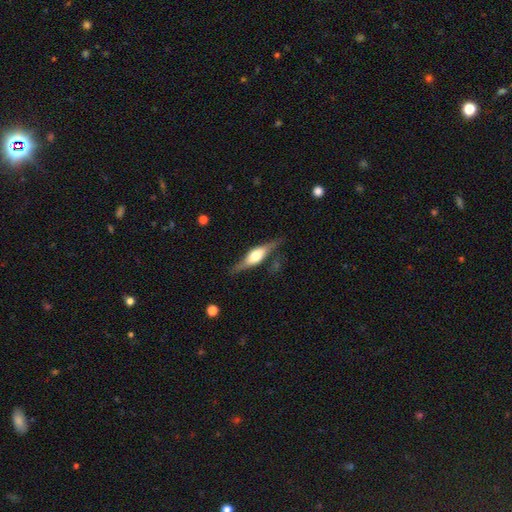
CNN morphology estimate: Smooth or featured: featured or disk — 65% (smooth — 29%)
Edge-on disk: yes — 88% (no — 12%)
Edge-on bulge: rounded — 86% (boxy — 12%)
Merging: none — 73% (minor disturbance — 18%)